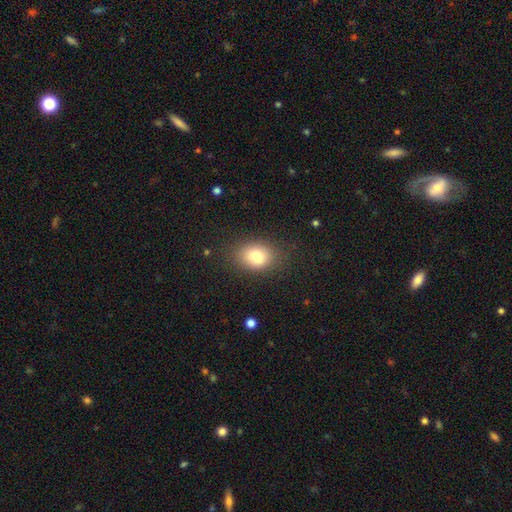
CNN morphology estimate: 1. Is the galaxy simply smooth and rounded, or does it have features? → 79% smooth, 11% featured or disk, 10% star or artifact.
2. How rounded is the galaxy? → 66% in between, 33% round, 1% cigar-shaped.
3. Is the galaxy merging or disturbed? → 78% none, 14% minor disturbance, 5% major disturbance, 3% merger.